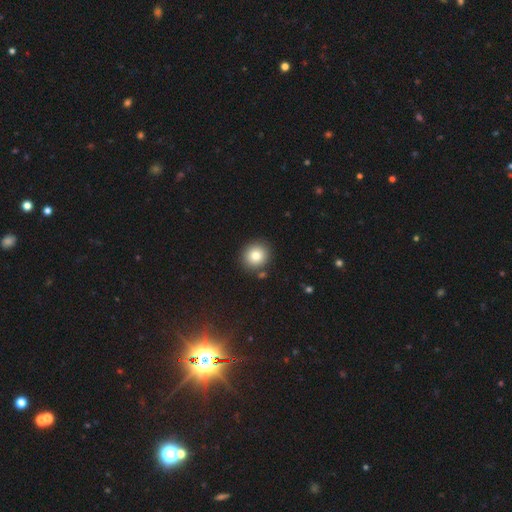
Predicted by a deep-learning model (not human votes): Smooth or featured? smooth (80%)
How rounded? round (90%)
Merging? none (86%)